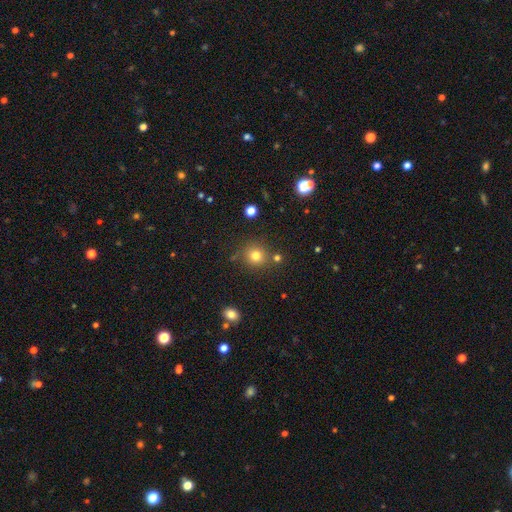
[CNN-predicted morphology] Smooth or featured? smooth (77%)
How rounded? round (90%)
Merging? none (80%)